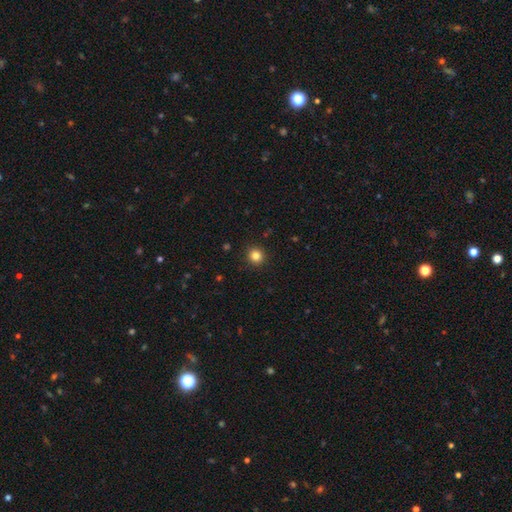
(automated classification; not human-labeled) This is clearly a smooth galaxy (83%). How rounded: clearly round (91%). Merging: clearly none (92%).